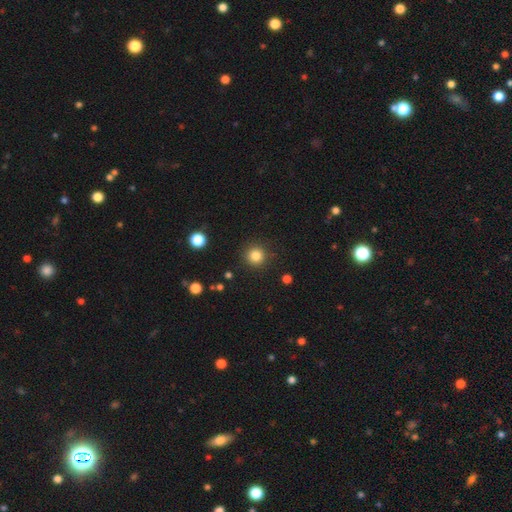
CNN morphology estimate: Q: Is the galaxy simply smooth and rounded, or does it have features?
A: smooth — 84%.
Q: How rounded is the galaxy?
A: round — 95%.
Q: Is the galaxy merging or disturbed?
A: none — 90%.